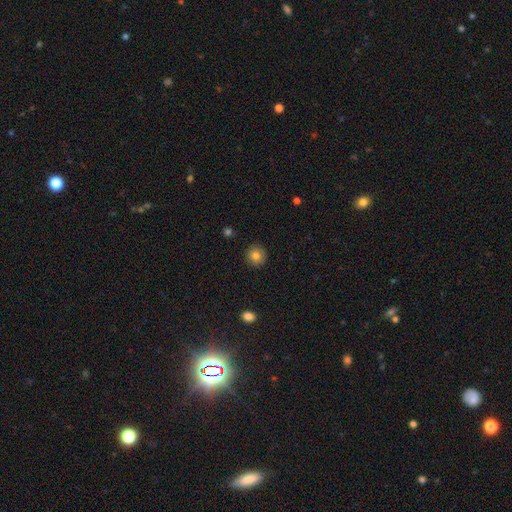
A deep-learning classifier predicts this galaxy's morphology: type=smooth (82%); roundness=round (92%); merging=none (90%).